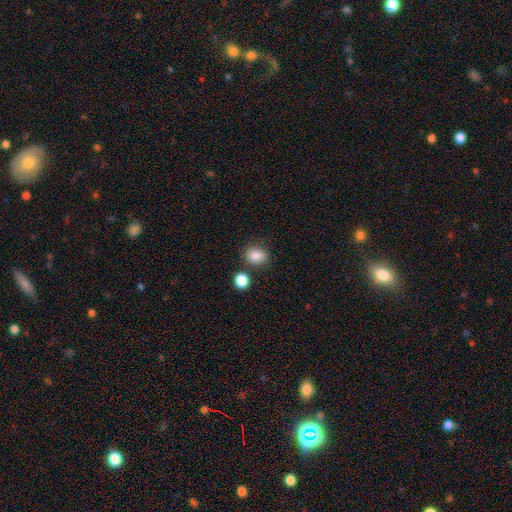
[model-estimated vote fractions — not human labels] A smooth galaxy with no disk features (86%) that is round (55%).

Vote fractions:
- Smooth or featured? smooth: 86% / star or artifact: 10% / featured or disk: 4%
- How rounded? round: 55% / in between: 44% / cigar-shaped: 1%
- Merging? none: 75% / minor disturbance: 13% / merger: 8% / major disturbance: 4%